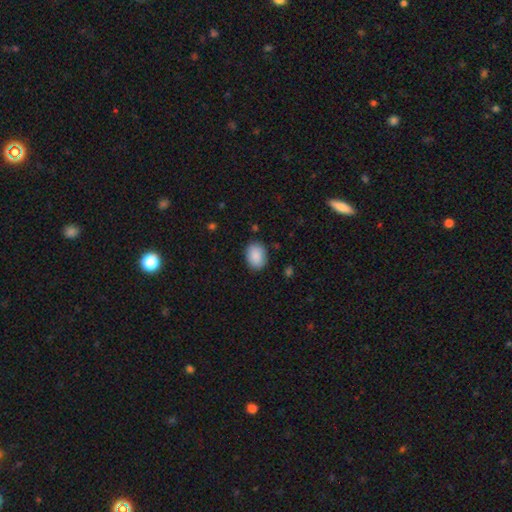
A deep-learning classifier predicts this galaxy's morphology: This is clearly a smooth galaxy (89%). How rounded: likely in between (70%). Merging: clearly none (86%).